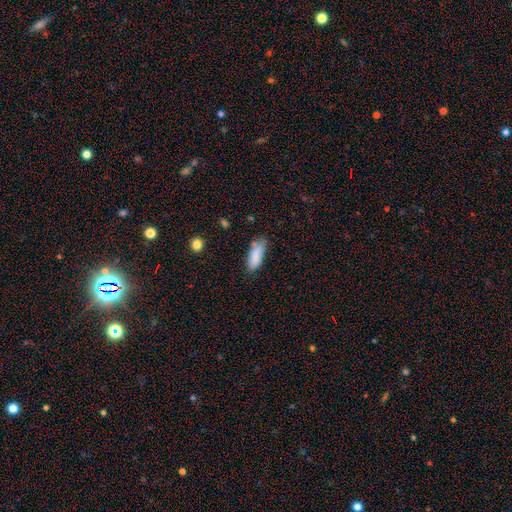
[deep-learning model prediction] A smooth galaxy with no disk features (85%) that is in between round and cigar-shaped (67%). Merging: none (63%).